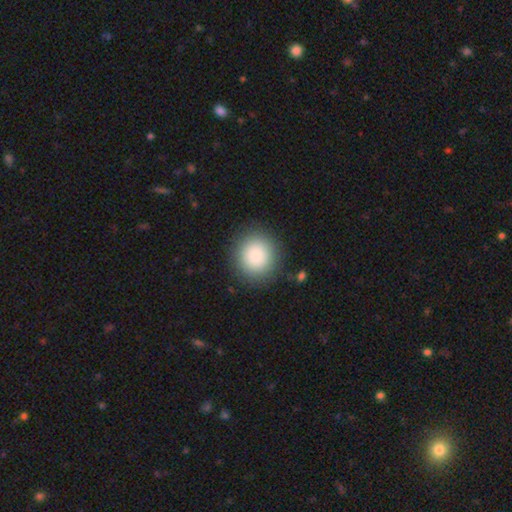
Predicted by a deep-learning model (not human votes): A smooth galaxy with no disk features (87%) that is round (91%). Merging: none (88%).